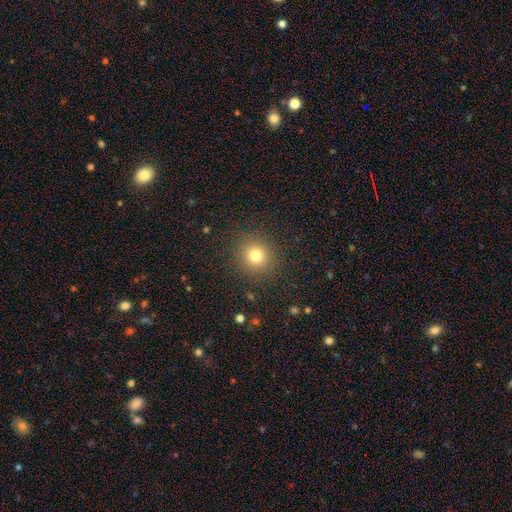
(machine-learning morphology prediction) type=smooth (77%); roundness=round (91%); merging=none (89%).